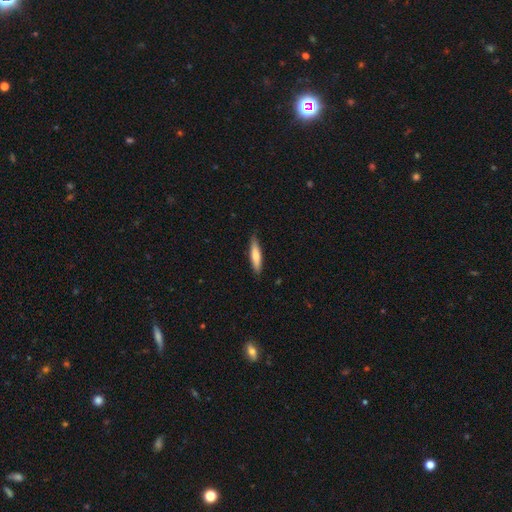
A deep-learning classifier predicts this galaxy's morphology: A smooth galaxy with no disk features (68%) that is cigar-shaped (82%).

Vote fractions:
- Smooth or featured? smooth: 68% / featured or disk: 26% / star or artifact: 5%
- How rounded? cigar-shaped: 82% / in between: 17% / round: 1%
- Merging? none: 87% / minor disturbance: 10% / major disturbance: 2% / merger: 1%